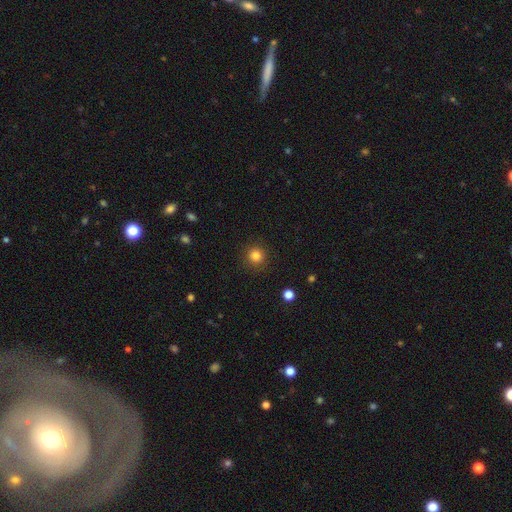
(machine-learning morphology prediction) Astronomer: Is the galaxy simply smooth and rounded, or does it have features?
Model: smooth — 83%.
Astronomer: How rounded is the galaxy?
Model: round — 93%.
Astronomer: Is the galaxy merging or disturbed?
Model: none — 90%.